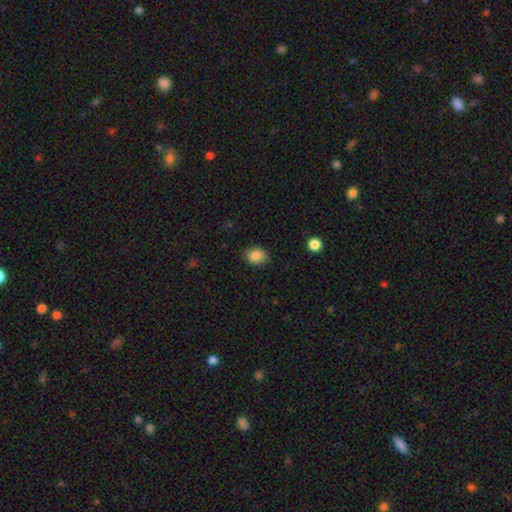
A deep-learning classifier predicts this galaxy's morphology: A smooth galaxy with no disk features (85%) that is in between round and cigar-shaped (59%).

Vote fractions:
- Smooth or featured? smooth: 85% / star or artifact: 9% / featured or disk: 6%
- How rounded? in between: 59% / round: 40% / cigar-shaped: 1%
- Merging? none: 82% / minor disturbance: 14% / major disturbance: 3% / merger: 1%